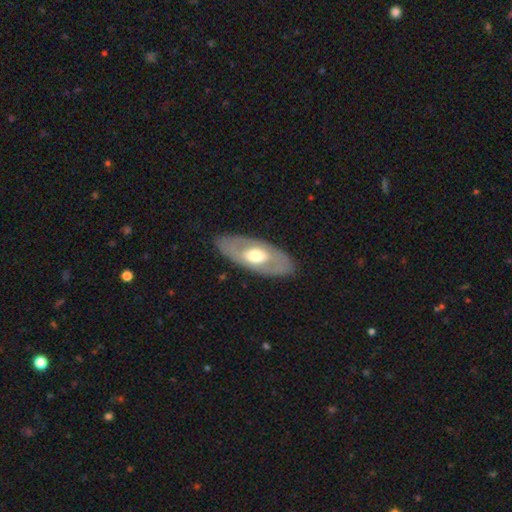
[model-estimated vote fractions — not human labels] The model was most divided on "smooth or featured": featured or disk: 55%, smooth: 40%, star or artifact: 5%. More confident: merging — none (83%); edge-on disk — no (83%).